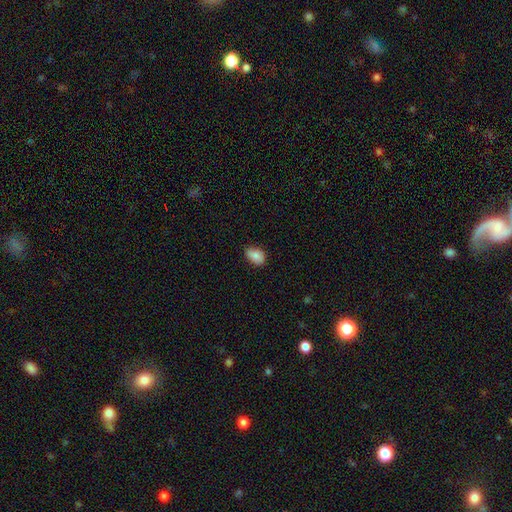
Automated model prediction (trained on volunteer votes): Q: Smooth or featured?
A: smooth (85%); runner-up: star or artifact (8%)
Q: How rounded?
A: in between (84%); runner-up: round (14%)
Q: Merging?
A: none (74%); runner-up: minor disturbance (22%)